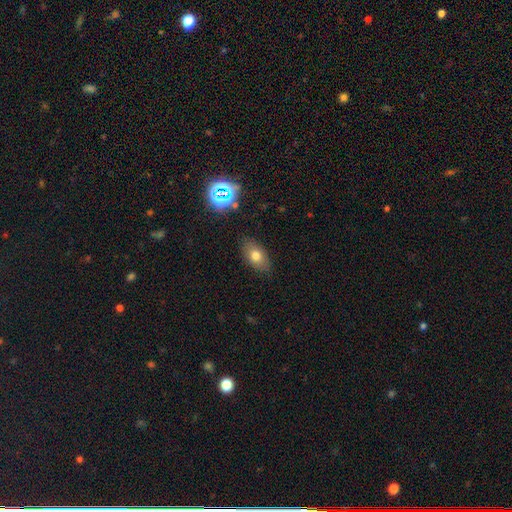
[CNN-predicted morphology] smooth 71%, featured or disk 15%, star or artifact 13%. Down the decision tree: how rounded — in between (86%); merging — none (83%).